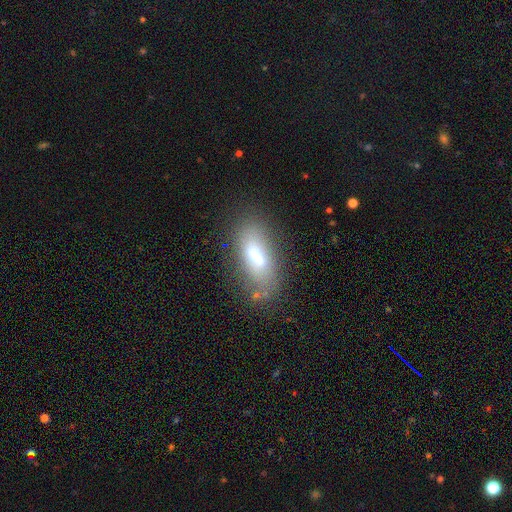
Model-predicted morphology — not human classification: Smooth or featured: smooth — 62% (featured or disk — 28%)
How rounded: in between — 73% (cigar-shaped — 24%)
Merging: none — 67% (minor disturbance — 18%)